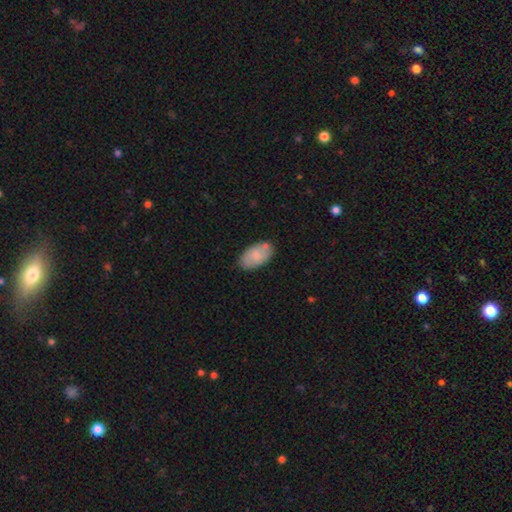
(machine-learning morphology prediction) Overall: smooth (73%). How rounded: in between (94%). Merging: none (74%).